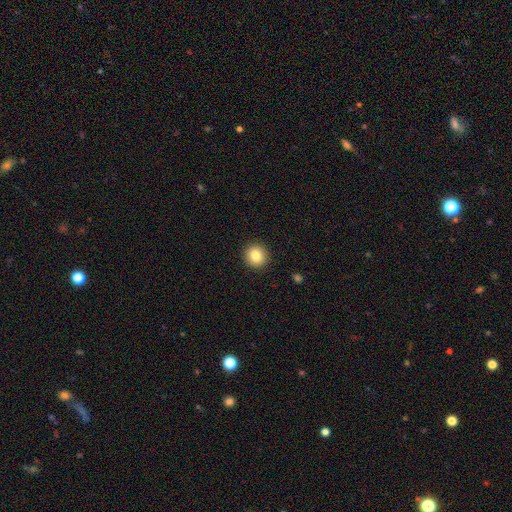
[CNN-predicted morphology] The model was most divided on "smooth or featured": smooth: 84%, star or artifact: 9%, featured or disk: 7%. More confident: merging — none (92%); how rounded — round (90%).